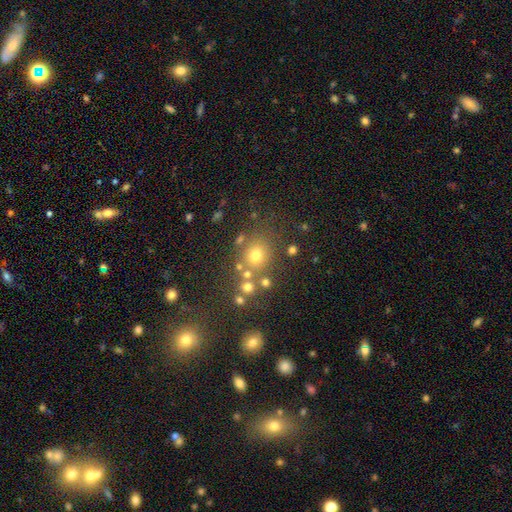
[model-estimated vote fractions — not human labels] This appears to be a smooth galaxy with no disk features (65%) that is round (79%). Merging: none (71%).